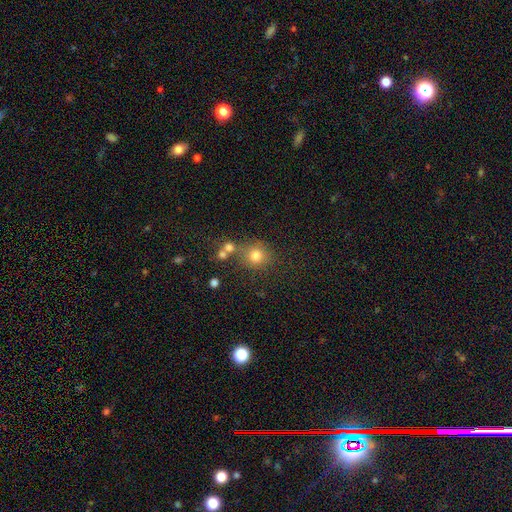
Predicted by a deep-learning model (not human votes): Smooth or featured?
  - smooth: 77% *
  - star or artifact: 14%
  - featured or disk: 9%
How rounded?
  - round: 85% *
  - in between: 14%
  - cigar-shaped: 1%
Merging?
  - none: 62% *
  - merger: 20%
  - minor disturbance: 12%
  - major disturbance: 6%